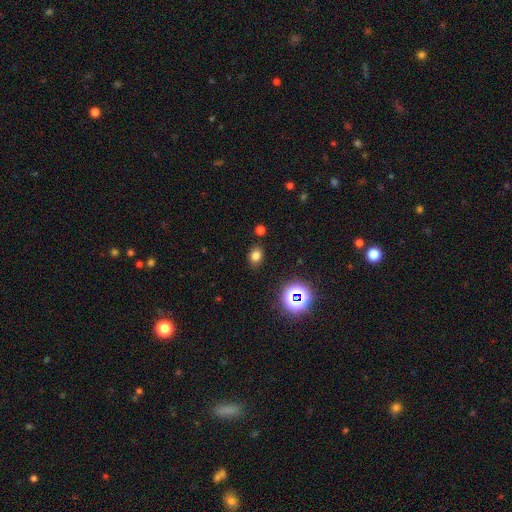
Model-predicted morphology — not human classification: Smooth or featured? Predicted: smooth (p=0.75). How rounded? Predicted: in between (p=0.56). Merging? Predicted: none (p=0.85).